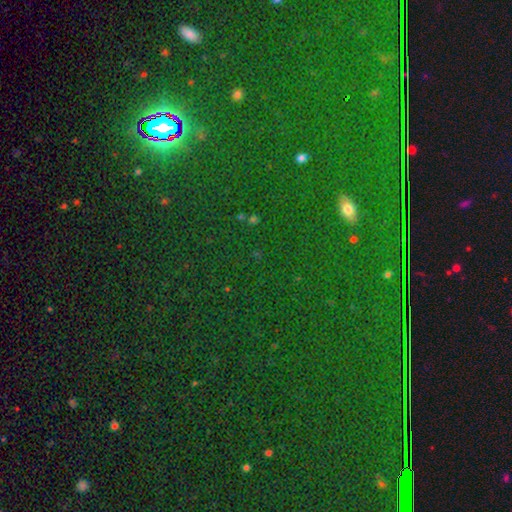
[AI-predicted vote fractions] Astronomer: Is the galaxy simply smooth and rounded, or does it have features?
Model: star or artifact — 80%.